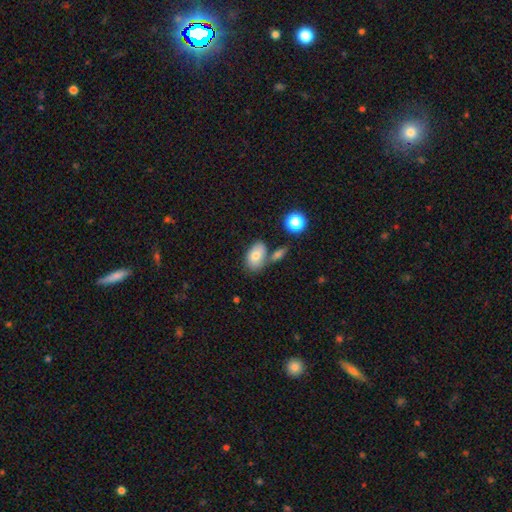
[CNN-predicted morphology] This is likely a smooth galaxy (75%). How rounded: clearly in between (88%). Merging: possibly none (56%).